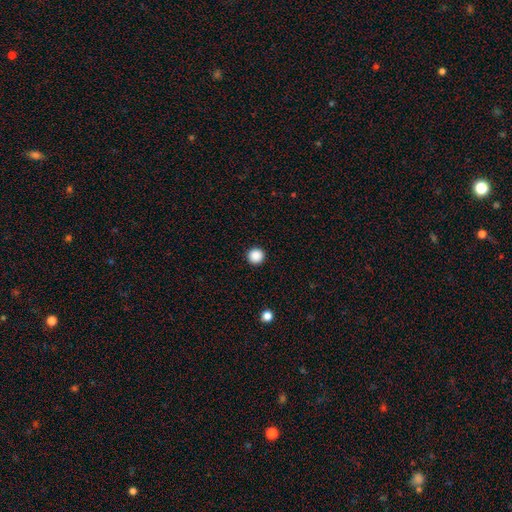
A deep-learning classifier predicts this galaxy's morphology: A smooth galaxy with no disk features (88%) that is round (96%). Merging: none (94%).